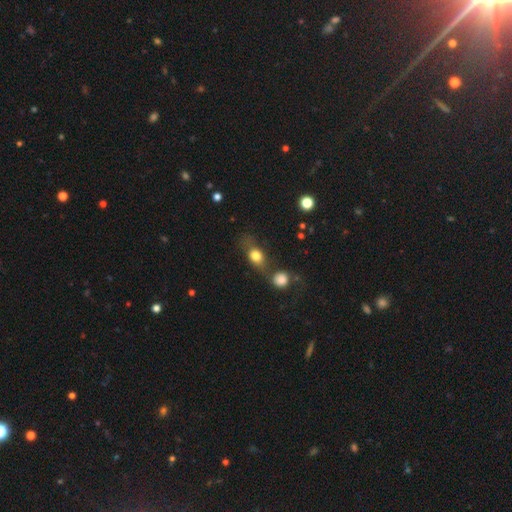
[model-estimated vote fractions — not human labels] A smooth galaxy with no disk features (75%) that is in between round and cigar-shaped (64%).

Vote fractions:
- Smooth or featured? smooth: 75% / featured or disk: 15% / star or artifact: 10%
- How rounded? in between: 64% / round: 31% / cigar-shaped: 5%
- Merging? none: 48% / merger: 20% / minor disturbance: 20% / major disturbance: 13%